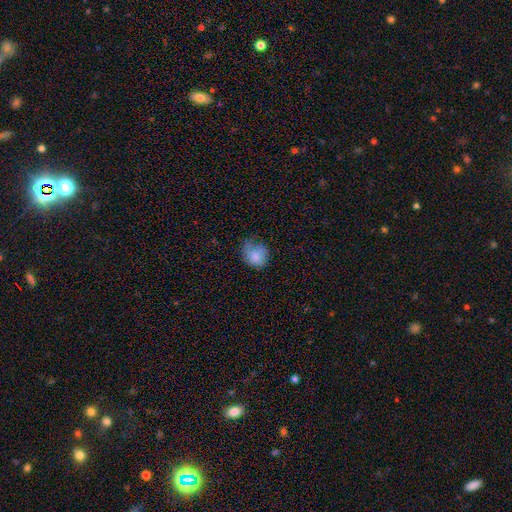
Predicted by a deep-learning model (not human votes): This appears to be a smooth galaxy with no disk features (78%) that is round (59%). Merging: none (41%).